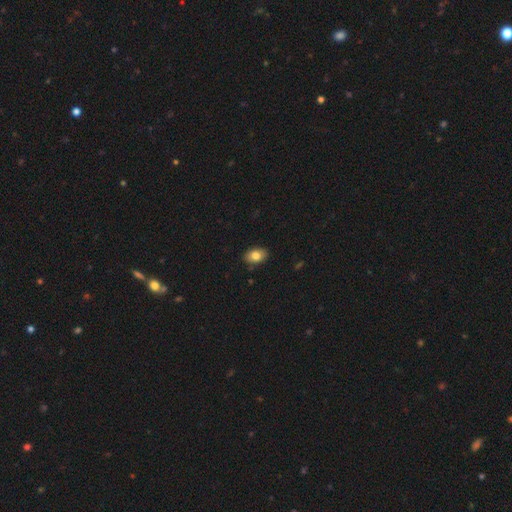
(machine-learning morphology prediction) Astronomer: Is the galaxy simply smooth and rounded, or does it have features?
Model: smooth — 81%.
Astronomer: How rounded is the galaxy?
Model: in between — 85%.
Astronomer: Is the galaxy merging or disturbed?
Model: none — 87%.